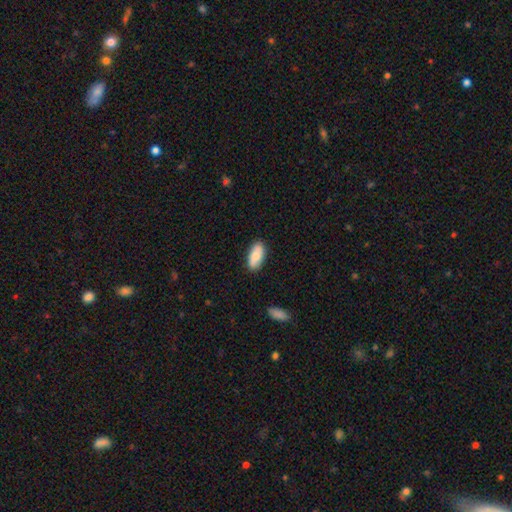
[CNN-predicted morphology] smooth-or-featured: smooth: 81% | featured or disk: 13% | star or artifact: 6%
  how-rounded: in between: 89% | cigar-shaped: 8% | round: 2%
  merging: none: 86% | minor disturbance: 11% | major disturbance: 2% | merger: 1%